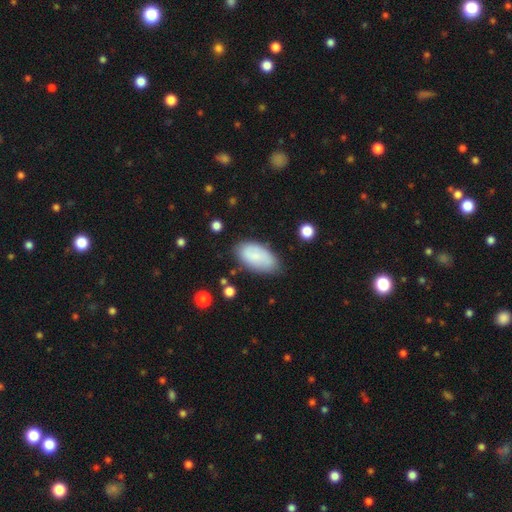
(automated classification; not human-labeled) Q: Smooth or featured?
A: smooth (74%); runner-up: featured or disk (19%)
Q: How rounded?
A: in between (95%); runner-up: round (3%)
Q: Merging?
A: none (73%); runner-up: minor disturbance (20%)